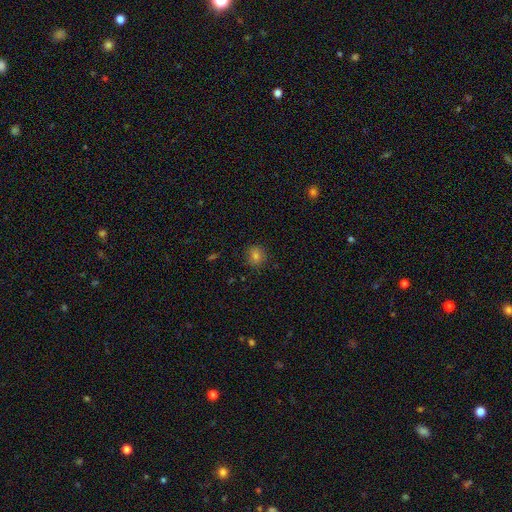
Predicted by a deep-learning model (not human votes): Overall: smooth (75%). How rounded: round (85%). Merging: none (86%).